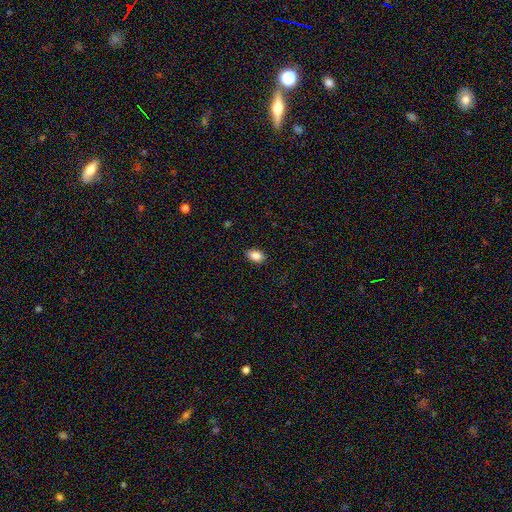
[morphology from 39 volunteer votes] A smooth galaxy with no disk features (90%) that is in between round and cigar-shaped (91%). Merging: none (94%).